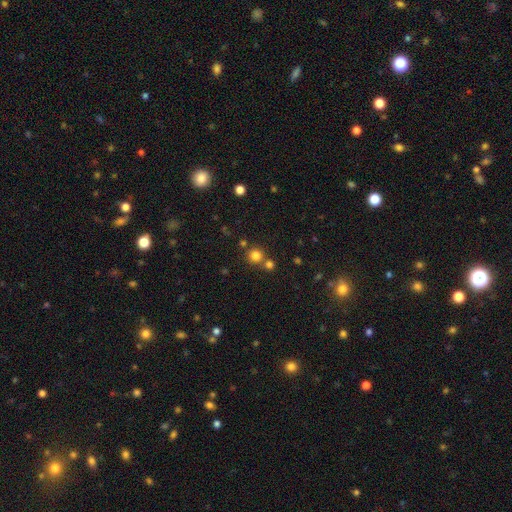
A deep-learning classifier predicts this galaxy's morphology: Smooth or featured?
  - smooth: 79% *
  - star or artifact: 16%
  - featured or disk: 6%
How rounded?
  - round: 93% *
  - in between: 6%
  - cigar-shaped: 1%
Merging?
  - none: 71% *
  - merger: 20%
  - minor disturbance: 6%
  - major disturbance: 2%